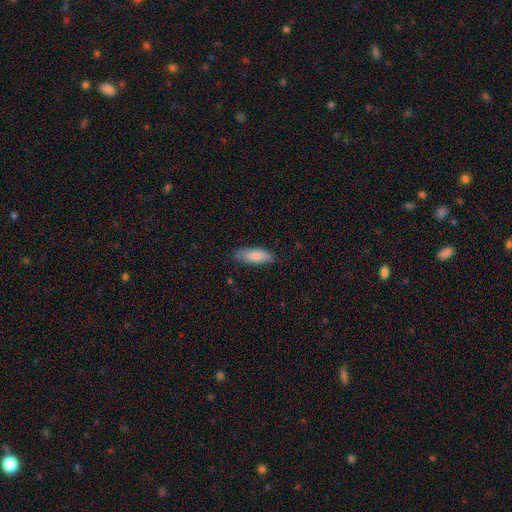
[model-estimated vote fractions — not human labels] This is clearly a smooth galaxy (81%). How rounded: likely in between (66%). Merging: likely none (79%).